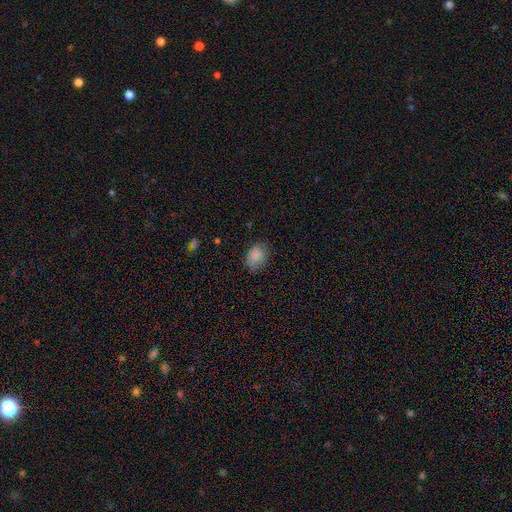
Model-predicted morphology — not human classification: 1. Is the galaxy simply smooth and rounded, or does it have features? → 85% smooth, 9% star or artifact, 6% featured or disk.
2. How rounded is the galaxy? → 65% in between, 34% round, 1% cigar-shaped.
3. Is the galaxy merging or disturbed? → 74% none, 20% minor disturbance, 5% major disturbance, 1% merger.